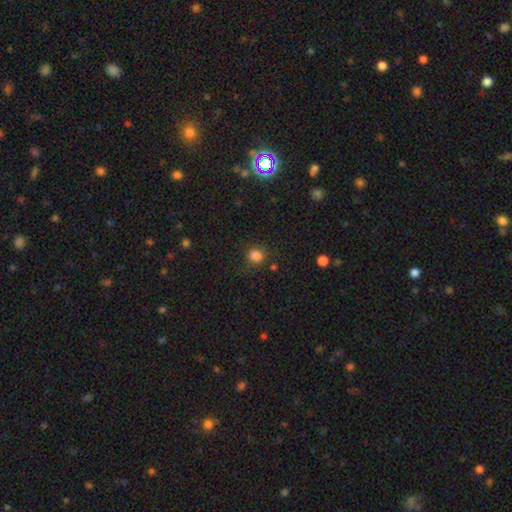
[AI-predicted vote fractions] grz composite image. It shows a smooth galaxy with no disk features (83%) that is round (85%). Merging: none (83%).